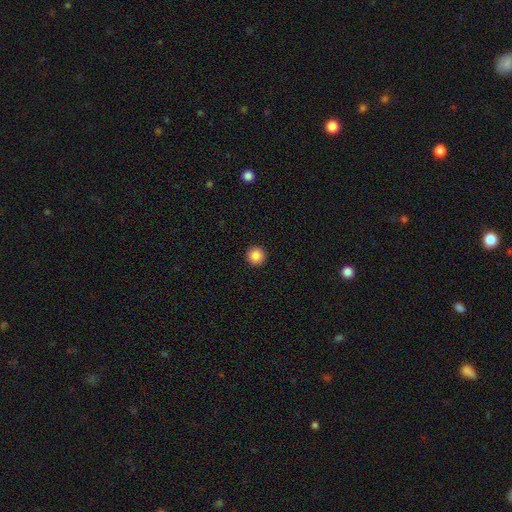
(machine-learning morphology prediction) smooth-or-featured: smooth: 87% | star or artifact: 9% | featured or disk: 4%
  how-rounded: round: 96% | in between: 3% | cigar-shaped: 1%
  merging: none: 94% | minor disturbance: 4% | major disturbance: 1% | merger: 1%